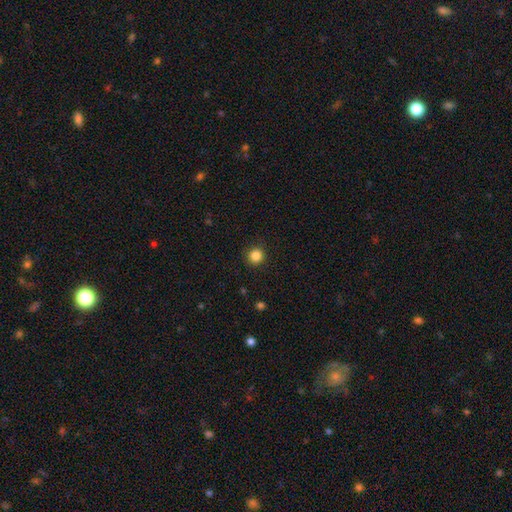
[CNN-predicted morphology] Smooth or featured? Predicted: smooth (p=0.85). How rounded? Predicted: round (p=0.94). Merging? Predicted: none (p=0.91).